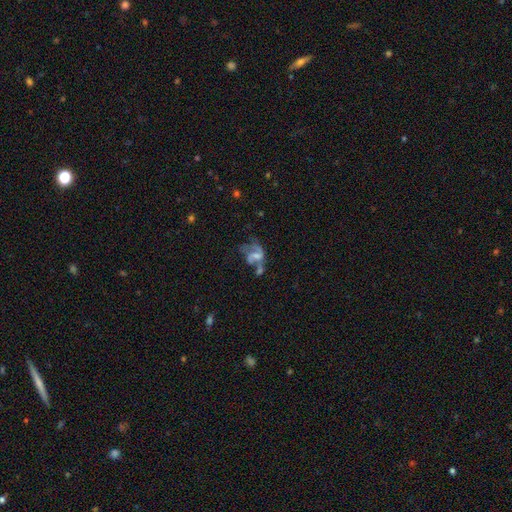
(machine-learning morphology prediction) Smooth or featured? featured or disk (64%)
Edge-on disk? no (97%)
Bar? no (50%)
Spiral arms? yes (64%)
Bulge size? moderate (34%, tied with small)
Merging? major disturbance (34%)